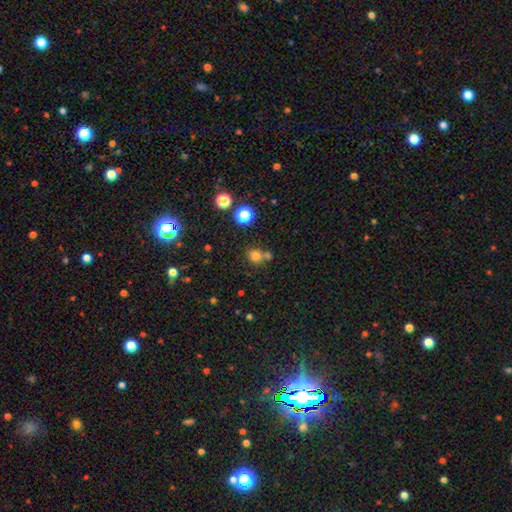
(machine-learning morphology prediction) type=smooth (75%); roundness=round (82%); merging=none (59%).